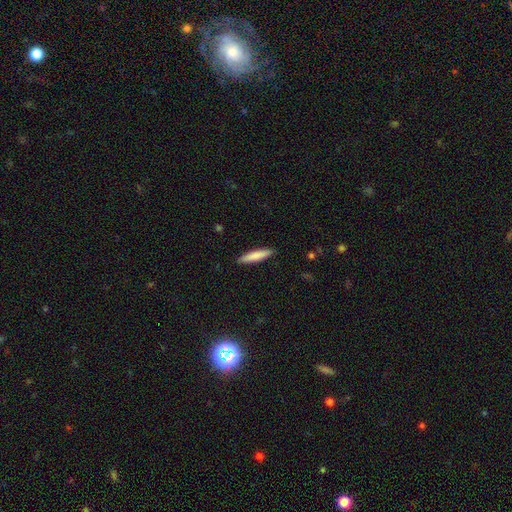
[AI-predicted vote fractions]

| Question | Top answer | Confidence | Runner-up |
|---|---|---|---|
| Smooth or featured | smooth | 80% | featured or disk (14%) |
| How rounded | cigar-shaped | 88% | in between (11%) |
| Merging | none | 91% | minor disturbance (7%) |